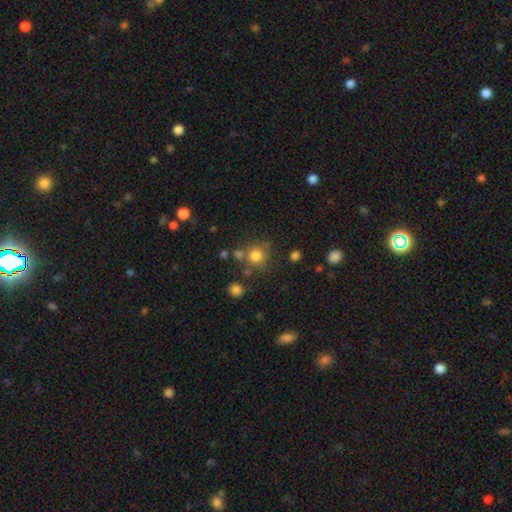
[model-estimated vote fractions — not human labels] Overall: smooth (78%). How rounded: round (90%). Merging: none (68%).